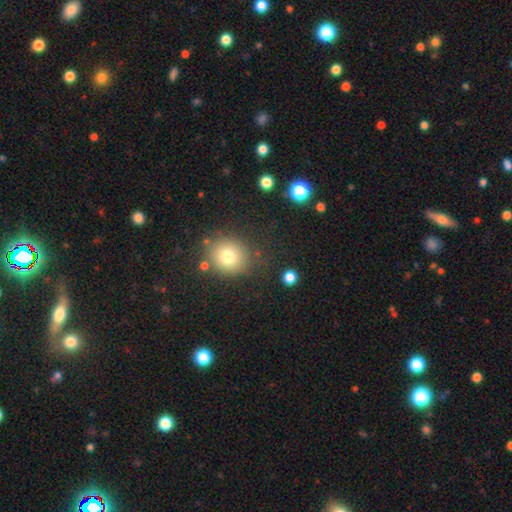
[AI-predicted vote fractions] Smooth or featured? Predicted: smooth (p=0.63). How rounded? Predicted: round (p=0.82). Merging? Predicted: none (p=0.85).